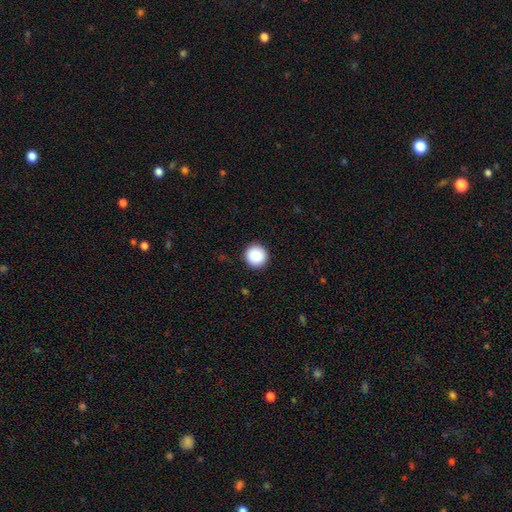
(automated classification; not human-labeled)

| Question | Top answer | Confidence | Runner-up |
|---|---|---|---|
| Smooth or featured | smooth | 89% | star or artifact (8%) |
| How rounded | round | 96% | in between (3%) |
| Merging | none | 92% | minor disturbance (5%) |